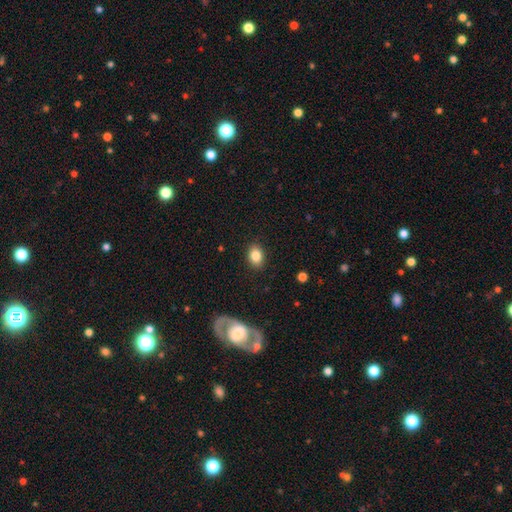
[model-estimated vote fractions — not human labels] Smooth or featured?
  - smooth: 84% *
  - star or artifact: 9%
  - featured or disk: 7%
How rounded?
  - in between: 75% *
  - round: 24%
  - cigar-shaped: 1%
Merging?
  - none: 87% *
  - minor disturbance: 9%
  - major disturbance: 3%
  - merger: 1%